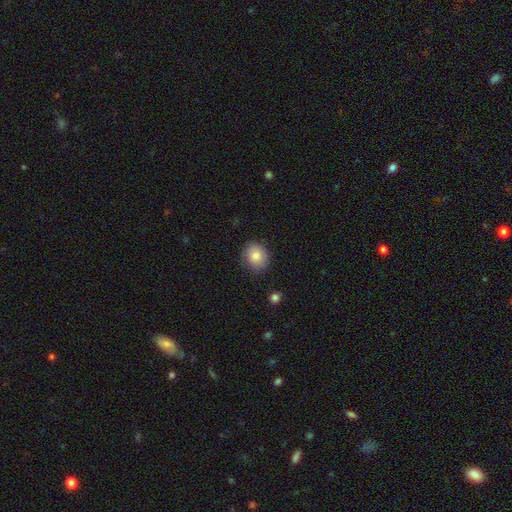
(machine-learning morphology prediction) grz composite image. It shows a smooth galaxy with no disk features (81%) that is round (69%). Merging: none (84%).